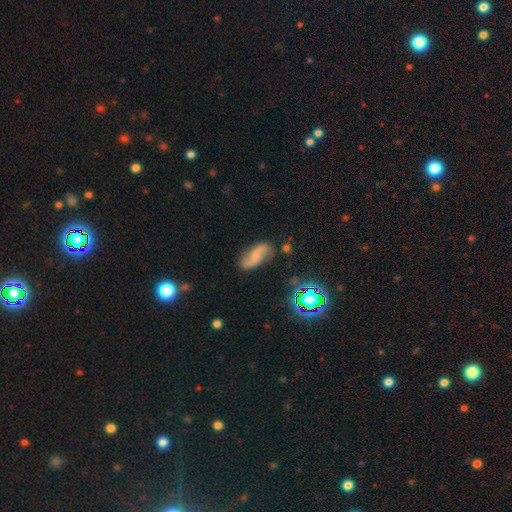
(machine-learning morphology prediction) This appears to be a featured or disk galaxy (57%) with no bar (53%), spiral arms (90%) and a small central bulge (50%). Merging: none (73%).